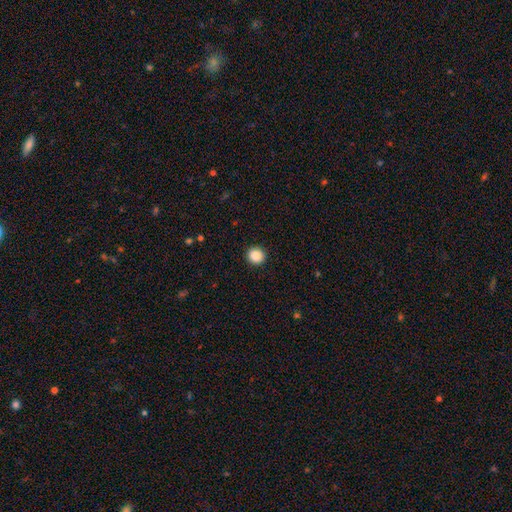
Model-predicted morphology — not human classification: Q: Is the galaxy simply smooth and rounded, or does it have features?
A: smooth — 88%.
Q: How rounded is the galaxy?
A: round — 91%.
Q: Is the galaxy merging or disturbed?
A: none — 92%.